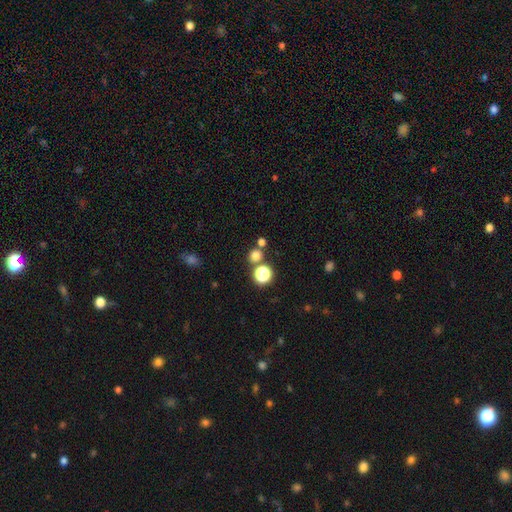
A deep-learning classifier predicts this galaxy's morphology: This is likely a smooth galaxy (71%). How rounded: clearly round (88%). Merging: likely none (71%).